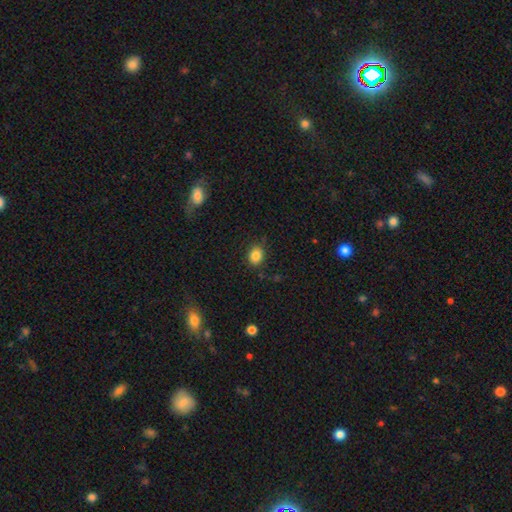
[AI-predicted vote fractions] A smooth galaxy with no disk features (85%) that is round (54%). Merging: none (85%).